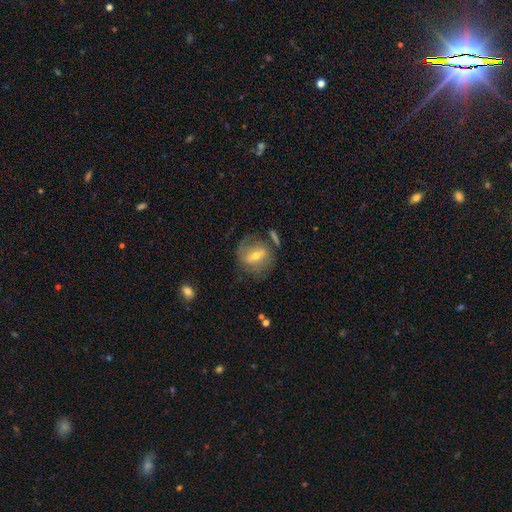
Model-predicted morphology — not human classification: Smooth or featured? featured or disk (59%)
Edge-on disk? no (91%)
Bar? weak (40%, tied with strong)
Spiral arms? yes (60%)
Bulge size? moderate (59%)
Merging? none (59%)